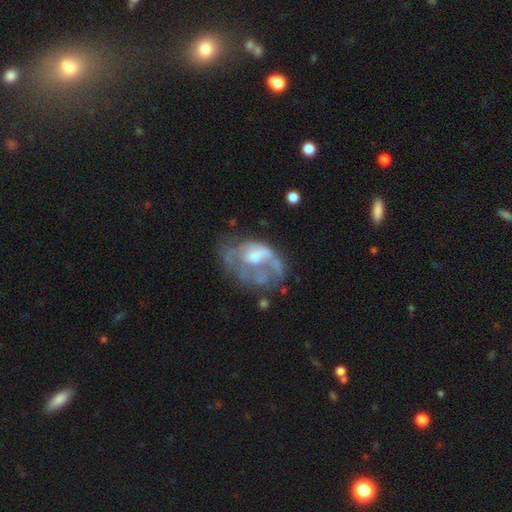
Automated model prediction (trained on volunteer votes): Q: Smooth or featured?
A: featured or disk (64%); runner-up: smooth (26%)
Q: Edge-on disk?
A: no (97%); runner-up: yes (3%)
Q: Bar?
A: no (71%); runner-up: weak (24%)
Q: Spiral arms?
A: no (67%); runner-up: yes (33%)
Q: Bulge size?
A: moderate (44%); runner-up: none (21%)
Q: Merging?
A: major disturbance (37%); runner-up: none (33%)